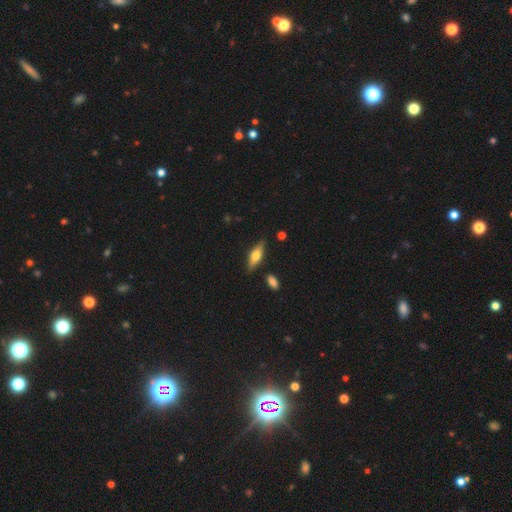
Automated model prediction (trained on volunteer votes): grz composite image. It shows a smooth galaxy with no disk features (51%) that is in between round and cigar-shaped (54%). Merging: none (82%).